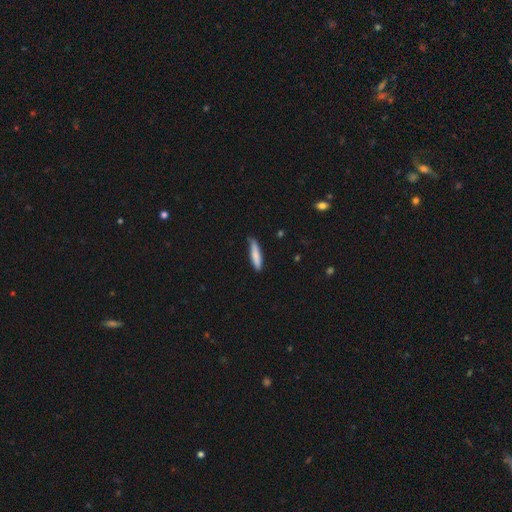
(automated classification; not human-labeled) Morphology: type=smooth (81%); roundness=cigar-shaped (83%); merging=none (73%).